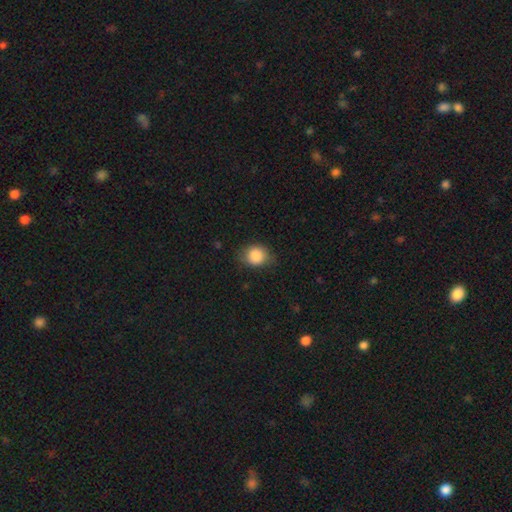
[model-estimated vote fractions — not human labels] The model was most divided on "how rounded": round: 60%, in between: 39%, cigar-shaped: 1%. More confident: smooth or featured — smooth (86%); merging — none (72%).